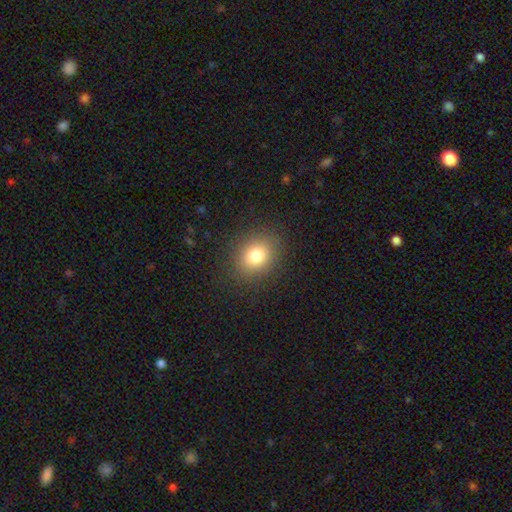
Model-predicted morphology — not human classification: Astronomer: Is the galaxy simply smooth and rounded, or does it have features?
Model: smooth — 79%.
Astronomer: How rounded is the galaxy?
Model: round — 59% (runner-up: in between, 40%).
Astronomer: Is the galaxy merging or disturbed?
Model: none — 87%.